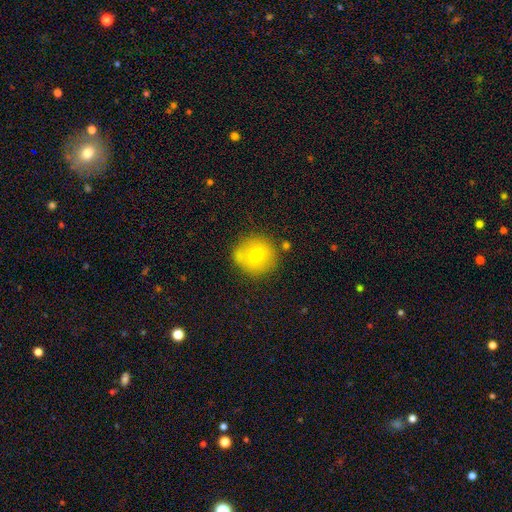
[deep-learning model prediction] Overall: smooth (68%). How rounded: round (90%). Merging: none (74%).